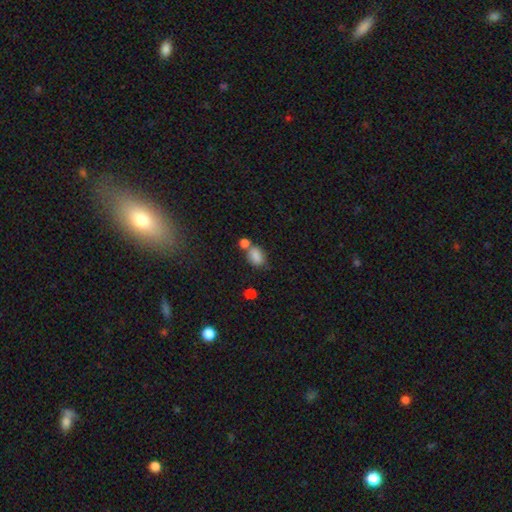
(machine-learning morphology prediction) smooth-or-featured: smooth: 83% | star or artifact: 10% | featured or disk: 7%
  how-rounded: in between: 78% | round: 20% | cigar-shaped: 2%
  merging: none: 48% | merger: 29% | minor disturbance: 16% | major disturbance: 6%